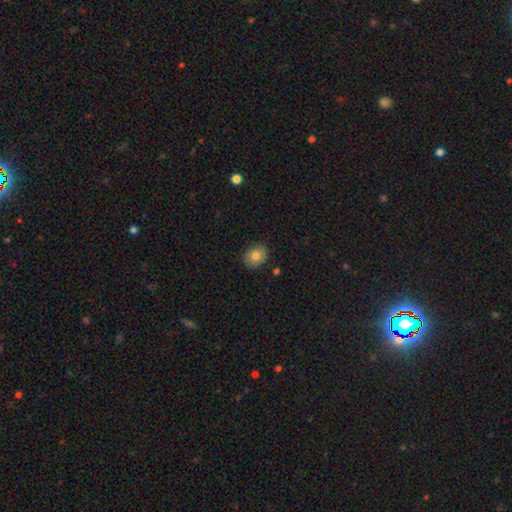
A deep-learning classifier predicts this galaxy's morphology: Q: Smooth or featured?
A: smooth (79%); runner-up: featured or disk (12%)
Q: How rounded?
A: round (58%); runner-up: in between (41%)
Q: Merging?
A: none (85%); runner-up: minor disturbance (12%)